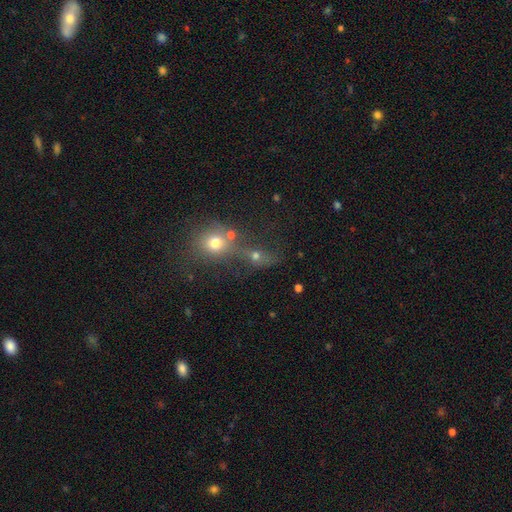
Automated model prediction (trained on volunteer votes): Morphology: type=smooth (53%); roundness=round (67%); merging=merger (57%).